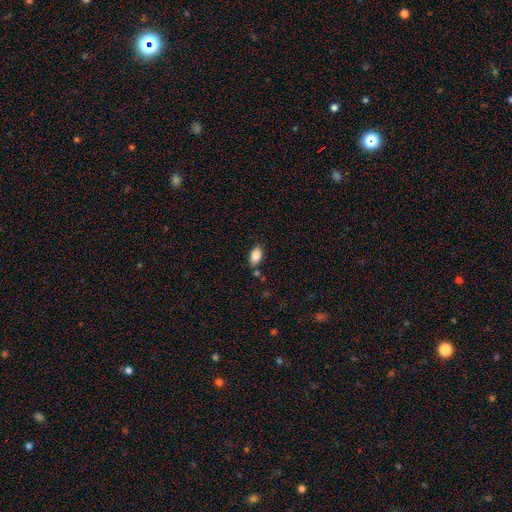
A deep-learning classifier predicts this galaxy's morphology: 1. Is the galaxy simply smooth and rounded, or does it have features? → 86% smooth, 8% star or artifact, 6% featured or disk.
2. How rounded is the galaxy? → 92% in between, 5% round, 3% cigar-shaped.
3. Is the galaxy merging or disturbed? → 81% none, 12% minor disturbance, 4% merger, 3% major disturbance.